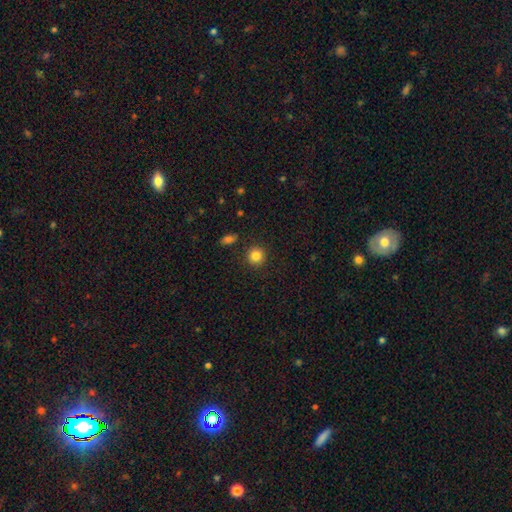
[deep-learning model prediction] This appears to be a smooth galaxy with no disk features (84%) that is round (92%). Merging: none (90%).